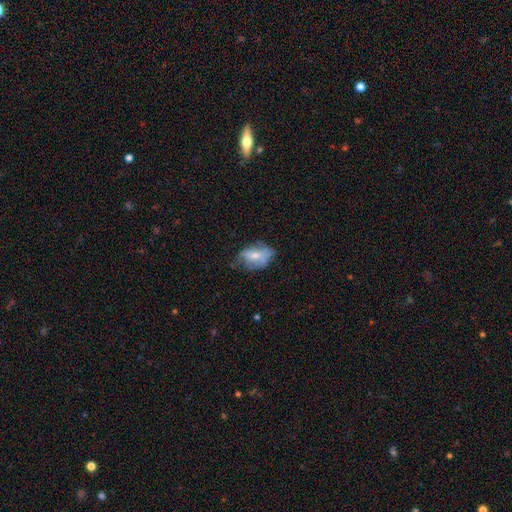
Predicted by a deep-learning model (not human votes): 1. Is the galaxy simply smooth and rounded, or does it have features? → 54% smooth, 38% featured or disk, 8% star or artifact.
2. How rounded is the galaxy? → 85% in between, 14% round, 2% cigar-shaped.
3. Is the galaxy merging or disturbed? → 47% none, 34% minor disturbance, 17% major disturbance, 2% merger.